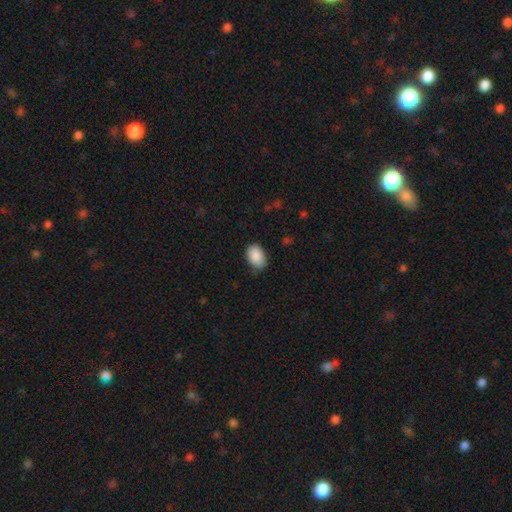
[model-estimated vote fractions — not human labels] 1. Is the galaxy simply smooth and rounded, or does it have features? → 90% smooth, 7% star or artifact, 3% featured or disk.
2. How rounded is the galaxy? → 83% in between, 16% round, 1% cigar-shaped.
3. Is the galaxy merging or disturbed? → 80% none, 16% minor disturbance, 3% major disturbance, 1% merger.